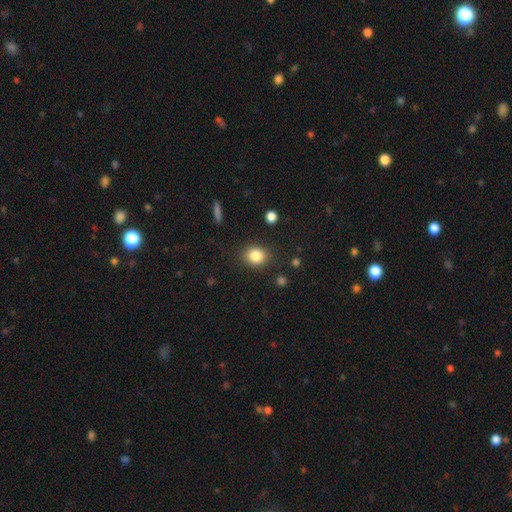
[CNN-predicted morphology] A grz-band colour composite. It shows a smooth galaxy with no disk features (84%) that is round (68%). Merging: none (86%).